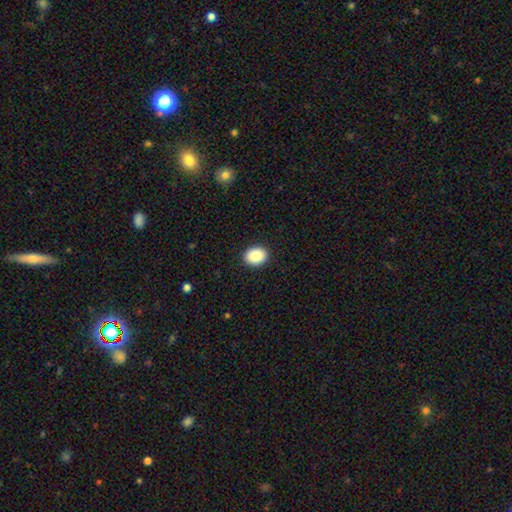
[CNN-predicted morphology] Q: Smooth or featured?
A: smooth (89%); runner-up: star or artifact (8%)
Q: How rounded?
A: in between (54%); runner-up: round (45%)
Q: Merging?
A: none (91%); runner-up: minor disturbance (6%)